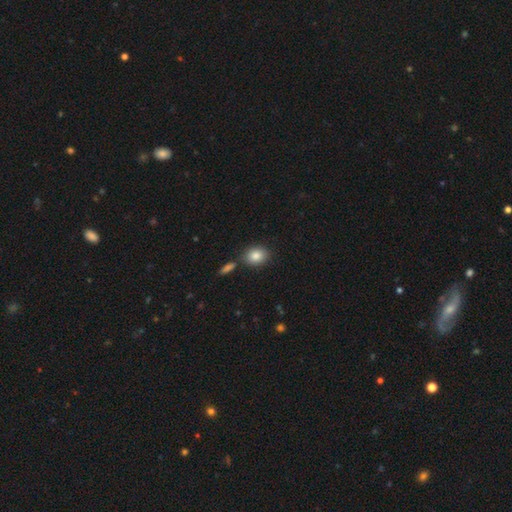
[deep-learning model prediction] This appears to be a smooth galaxy with no disk features (85%) that is in between round and cigar-shaped (59%). Merging: none (77%).